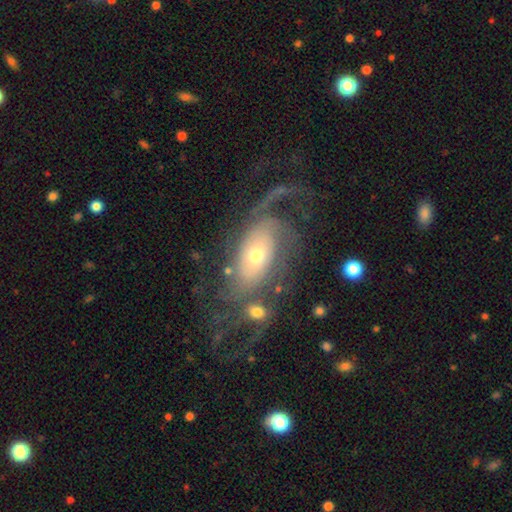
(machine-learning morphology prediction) Q: Smooth or featured?
A: featured or disk (78%); runner-up: smooth (15%)
Q: Edge-on disk?
A: no (94%); runner-up: yes (6%)
Q: Bar?
A: no (72%); runner-up: weak (20%)
Q: Spiral arms?
A: yes (88%); runner-up: no (12%)
Q: Spiral winding?
A: medium (36%); tied with: loose (36%)
Q: Spiral arm count?
A: 2 (30%); runner-up: can't tell (29%)
Q: Bulge size?
A: small (46%); runner-up: moderate (45%)
Q: Merging?
A: none (46%); runner-up: major disturbance (31%)